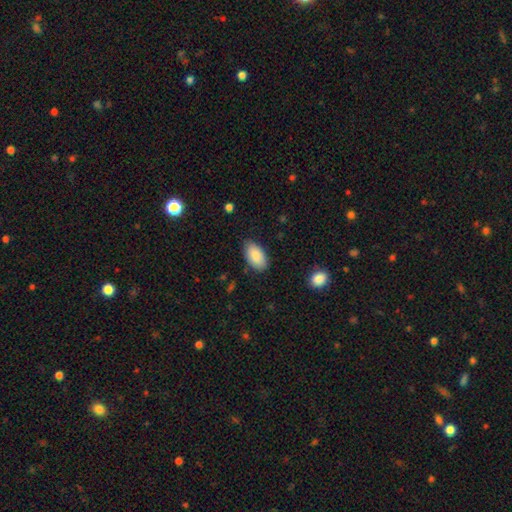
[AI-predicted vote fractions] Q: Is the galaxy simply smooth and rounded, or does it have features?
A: smooth — 87%.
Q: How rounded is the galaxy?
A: in between — 95%.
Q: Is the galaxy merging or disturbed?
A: none — 81%.